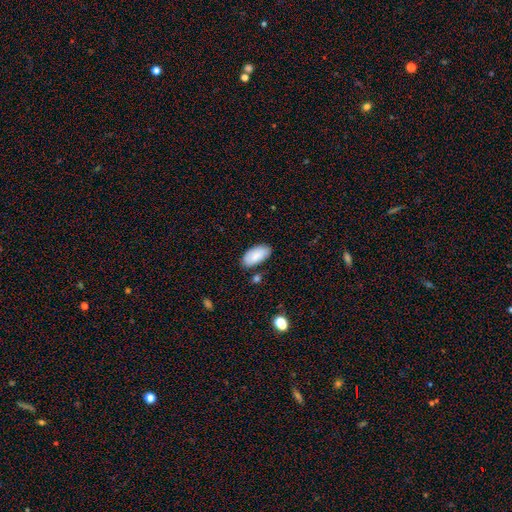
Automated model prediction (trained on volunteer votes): A smooth galaxy with no disk features (84%) that is in between round and cigar-shaped (95%). Merging: none (79%).